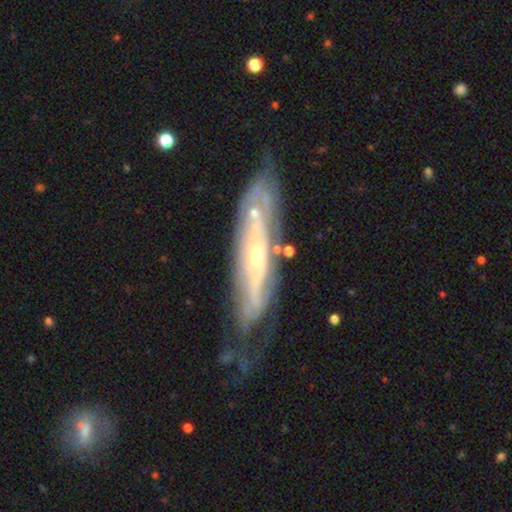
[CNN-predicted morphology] type=featured or disk (80%); edge-on=no (69%); bar=no (70%); spiral arms=yes (78%); bulge=small (68%); merging=none (59%).